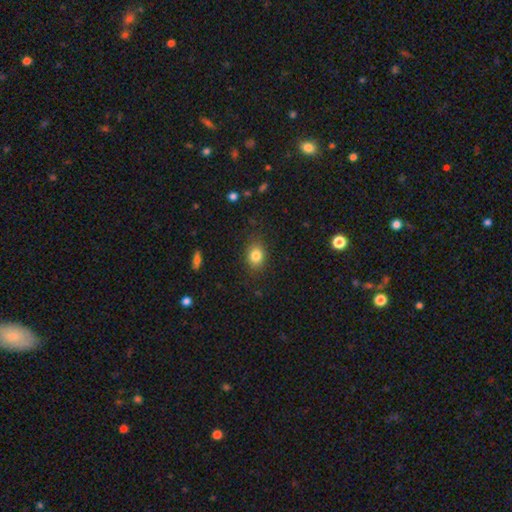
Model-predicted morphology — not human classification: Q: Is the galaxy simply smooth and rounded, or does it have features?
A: smooth — 82%.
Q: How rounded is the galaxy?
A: in between — 54%.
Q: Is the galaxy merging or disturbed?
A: none — 84%.